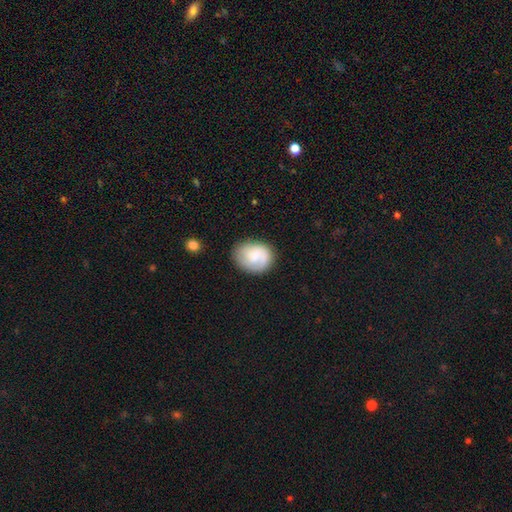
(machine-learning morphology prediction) Overall: smooth (61%; featured or disk 32%). How rounded: round (54%; in between 46%). Merging: none (71%).